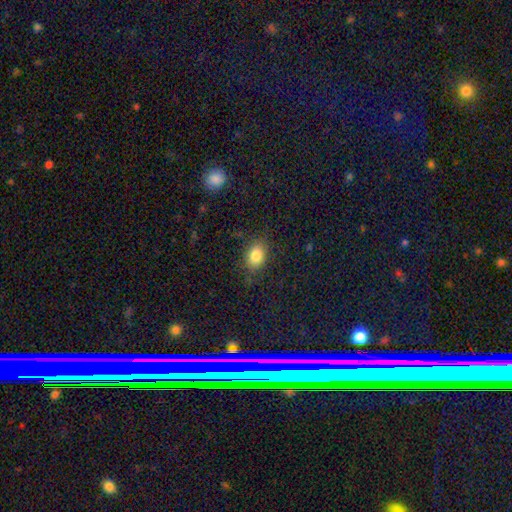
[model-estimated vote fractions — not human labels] This appears to be a smooth galaxy with no disk features (83%) that is in between round and cigar-shaped (78%). Merging: none (80%).